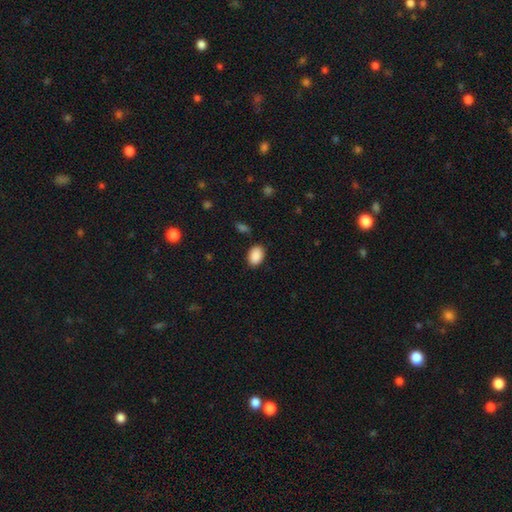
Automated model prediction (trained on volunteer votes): smooth-or-featured: smooth: 90% | star or artifact: 7% | featured or disk: 3%
  how-rounded: in between: 86% | round: 13% | cigar-shaped: 1%
  merging: none: 86% | minor disturbance: 10% | major disturbance: 3% | merger: 2%